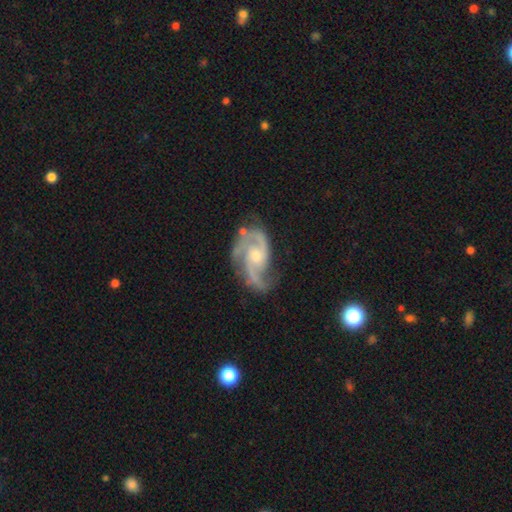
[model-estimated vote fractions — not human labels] This appears to be a featured or disk galaxy (92%) with no bar (63%), 2 (65%) medium (57%) spiral arms (98%) and a small central bulge (48%). Merging: none (63%).